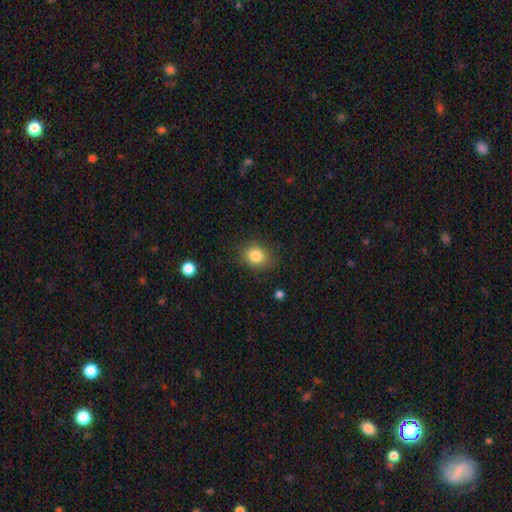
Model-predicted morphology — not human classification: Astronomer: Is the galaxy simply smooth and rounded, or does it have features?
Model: smooth — 84%.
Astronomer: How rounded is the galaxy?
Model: round — 54% (runner-up: in between, 46%).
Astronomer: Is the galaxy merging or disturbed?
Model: none — 82%.